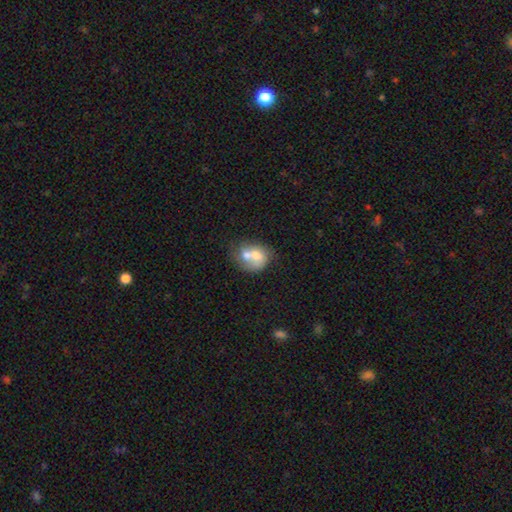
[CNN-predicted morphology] smooth-or-featured: smooth: 60% | featured or disk: 32% | star or artifact: 8%
  how-rounded: round: 53% | in between: 46% | cigar-shaped: 1%
  merging: merger: 70% | none: 17% | minor disturbance: 8% | major disturbance: 5%